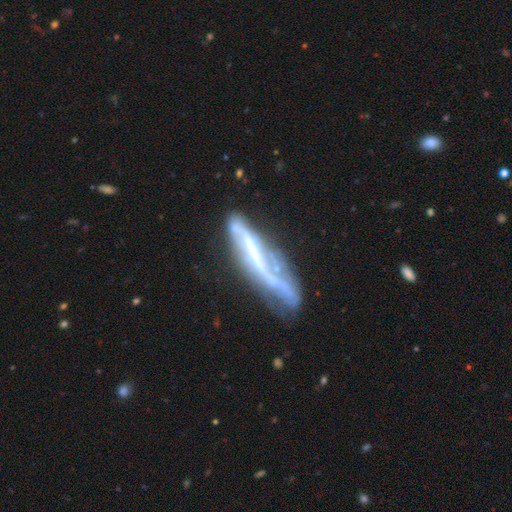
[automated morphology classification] Smooth or featured?
  - featured or disk: 69% *
  - smooth: 23%
  - star or artifact: 9%
Edge-on disk?
  - yes: 54% *
  - no: 46%
Merging?
  - none: 45% *
  - minor disturbance: 25%
  - major disturbance: 21%
  - merger: 9%